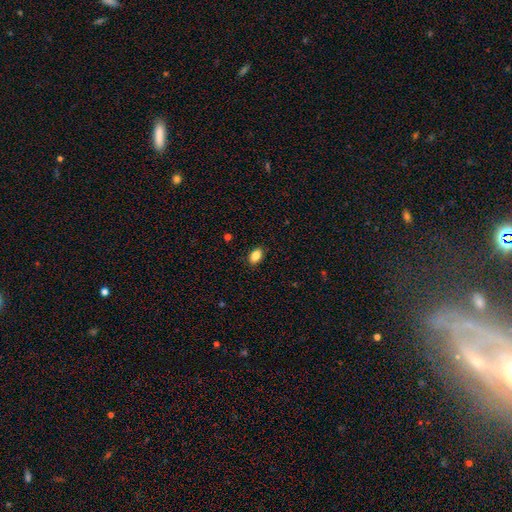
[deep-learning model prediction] smooth-or-featured: smooth: 88% | star or artifact: 8% | featured or disk: 4%
  how-rounded: in between: 87% | round: 12% | cigar-shaped: 1%
  merging: none: 87% | minor disturbance: 9% | major disturbance: 2% | merger: 1%